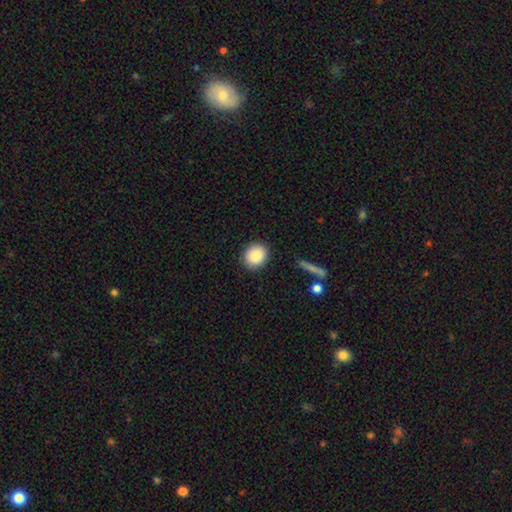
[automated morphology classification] Smooth or featured?
  - smooth: 88% *
  - star or artifact: 7%
  - featured or disk: 4%
How rounded?
  - round: 73% *
  - in between: 26%
  - cigar-shaped: 1%
Merging?
  - none: 89% *
  - minor disturbance: 8%
  - major disturbance: 2%
  - merger: 1%